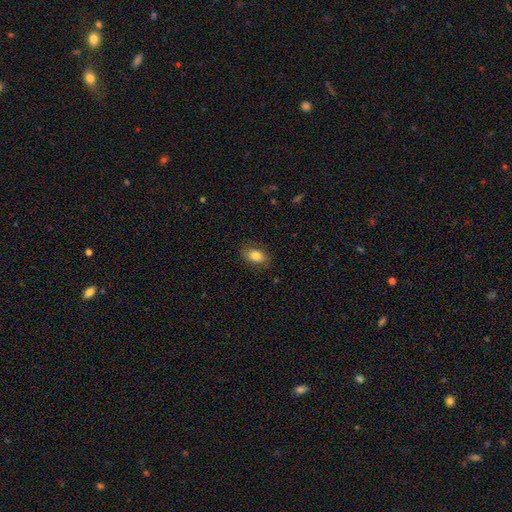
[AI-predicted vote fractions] smooth 80%, featured or disk 12%, star or artifact 8%. Down the decision tree: how rounded — in between (88%); merging — none (80%).